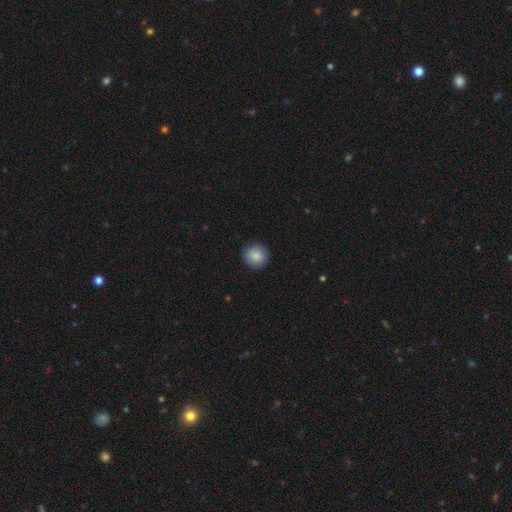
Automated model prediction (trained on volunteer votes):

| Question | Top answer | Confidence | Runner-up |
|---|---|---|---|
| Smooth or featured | smooth | 84% | star or artifact (8%) |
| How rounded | round | 95% | in between (4%) |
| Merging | none | 89% | minor disturbance (8%) |